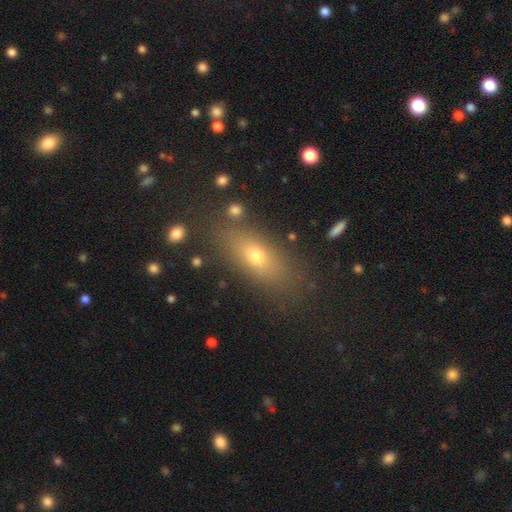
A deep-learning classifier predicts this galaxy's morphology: This is likely a smooth galaxy (68%). How rounded: likely in between (68%). Merging: likely none (79%).